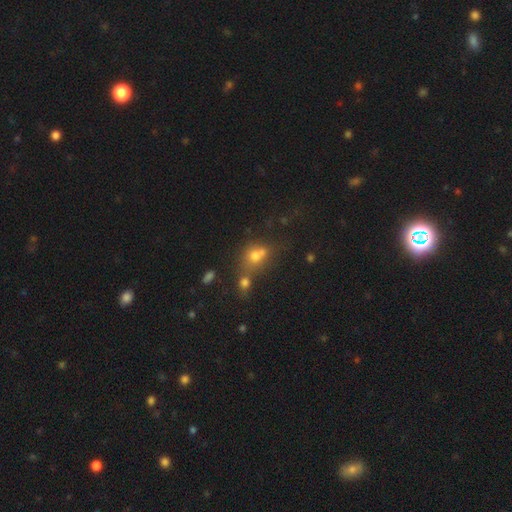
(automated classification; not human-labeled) Smooth or featured: smooth — 67% (star or artifact — 18%)
How rounded: round — 63% (in between — 35%)
Merging: merger — 50% (none — 32%)